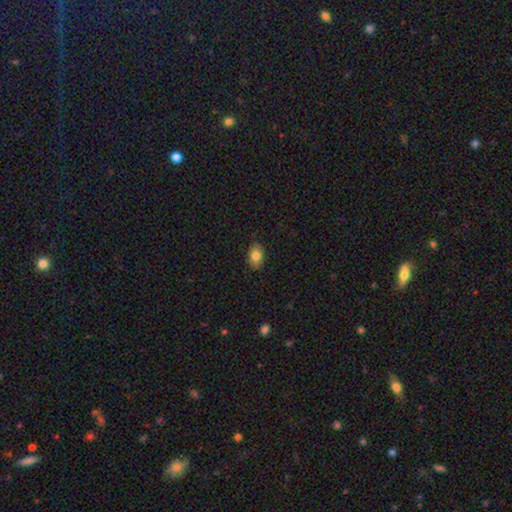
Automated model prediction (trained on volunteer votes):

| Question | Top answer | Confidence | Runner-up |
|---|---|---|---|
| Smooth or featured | smooth | 83% | star or artifact (8%) |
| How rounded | in between | 80% | round (19%) |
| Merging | none | 87% | minor disturbance (10%) |